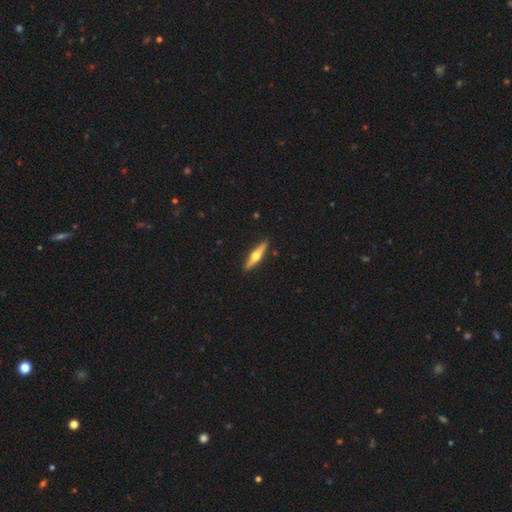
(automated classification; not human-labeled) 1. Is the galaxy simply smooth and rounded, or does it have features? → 61% featured or disk, 33% smooth, 5% star or artifact.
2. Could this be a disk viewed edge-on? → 96% yes, 4% no.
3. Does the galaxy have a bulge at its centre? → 95% rounded, 3% none, 2% boxy.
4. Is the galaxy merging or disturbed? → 91% none, 6% minor disturbance, 1% major disturbance, 1% merger.